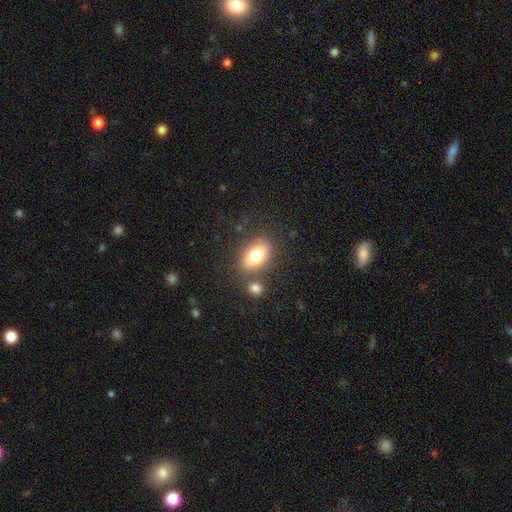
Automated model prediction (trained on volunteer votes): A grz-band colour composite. It shows a smooth galaxy with no disk features (76%) that is in between round and cigar-shaped (84%). Merging: none (72%).